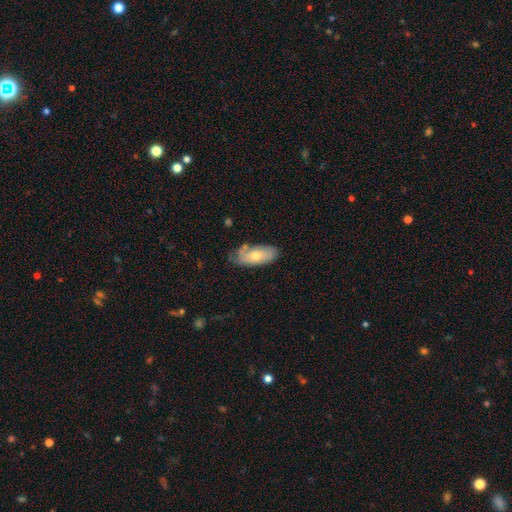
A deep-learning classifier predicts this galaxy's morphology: Overall: smooth (63%; featured or disk 31%). How rounded: in between (88%). Merging: none (63%; minor disturbance 26%).